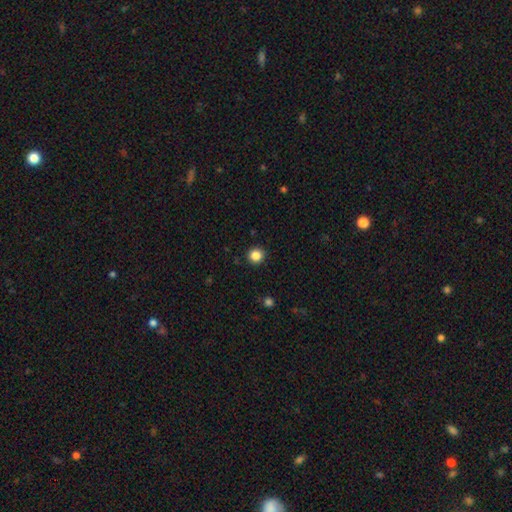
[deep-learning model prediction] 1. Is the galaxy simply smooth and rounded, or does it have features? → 85% smooth, 11% star or artifact, 4% featured or disk.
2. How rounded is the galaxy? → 92% round, 7% in between, 1% cigar-shaped.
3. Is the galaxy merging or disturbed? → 92% none, 5% minor disturbance, 2% major disturbance, 1% merger.